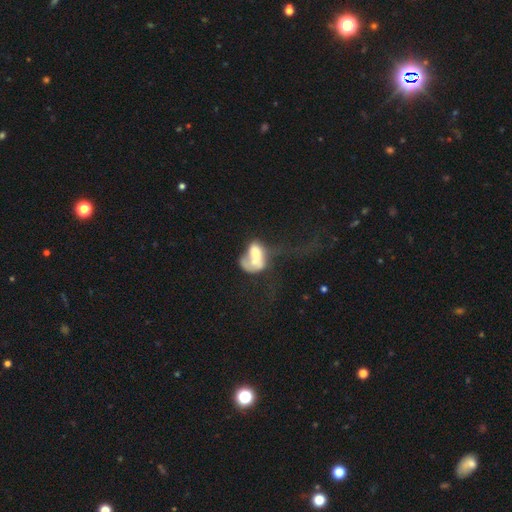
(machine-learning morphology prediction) This is possibly a smooth galaxy (51%). How rounded: likely in between (77%). Merging: possibly merger (58%).